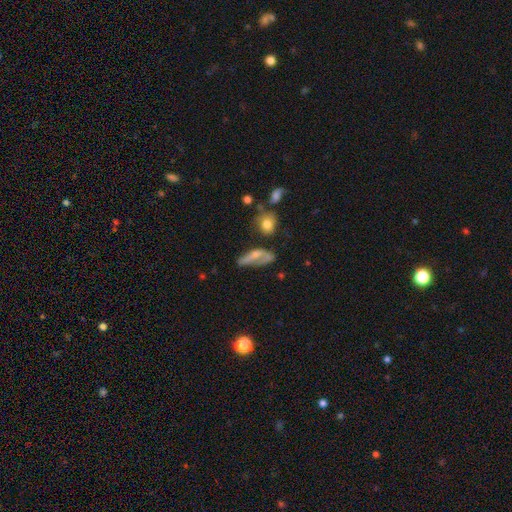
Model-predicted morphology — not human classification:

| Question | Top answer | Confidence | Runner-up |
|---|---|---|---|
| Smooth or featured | smooth | 50% | featured or disk (40%) |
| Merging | major disturbance | 33% | none (29%) |